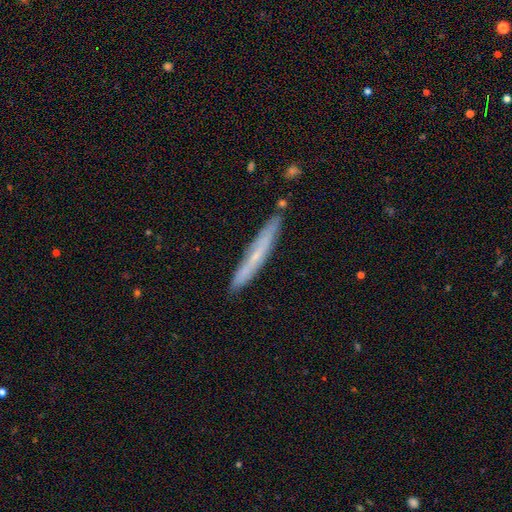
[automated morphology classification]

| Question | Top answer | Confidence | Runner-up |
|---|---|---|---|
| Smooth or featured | smooth | 47% | featured or disk (46%) |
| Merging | none | 85% | minor disturbance (12%) |